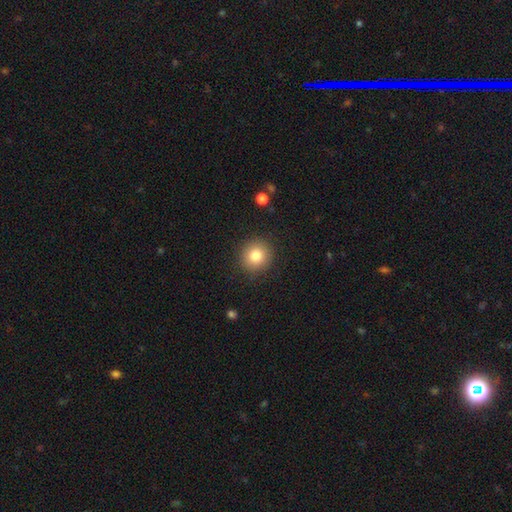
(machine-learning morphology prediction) This appears to be a smooth galaxy with no disk features (81%) that is round (92%). Merging: none (90%).